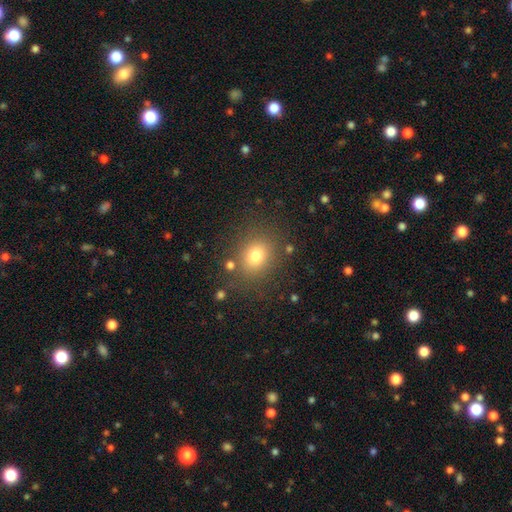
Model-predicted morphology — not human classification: type=smooth (76%); roundness=round (64%); merging=none (79%).